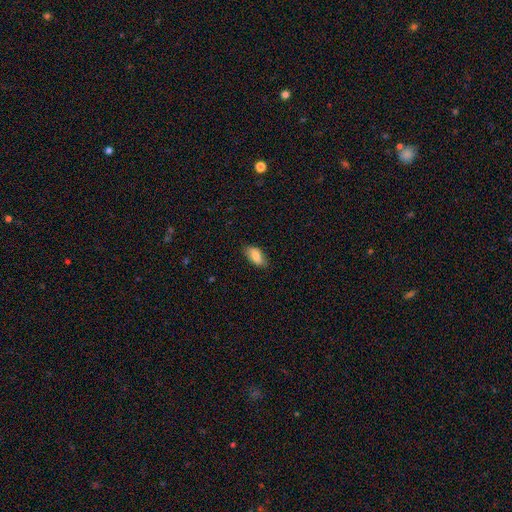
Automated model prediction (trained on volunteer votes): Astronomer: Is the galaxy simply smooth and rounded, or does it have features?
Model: smooth — 80%.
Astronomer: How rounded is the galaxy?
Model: in between — 89%.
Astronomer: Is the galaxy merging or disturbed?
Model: none — 82%.